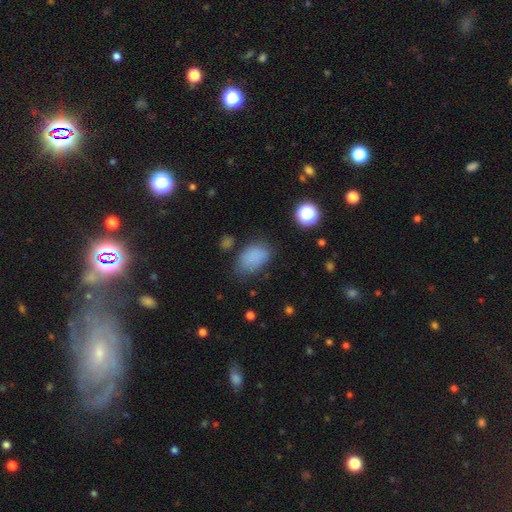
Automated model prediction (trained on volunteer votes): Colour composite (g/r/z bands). It shows a smooth galaxy with no disk features (83%) that is in between round and cigar-shaped (88%). Merging: none (64%).